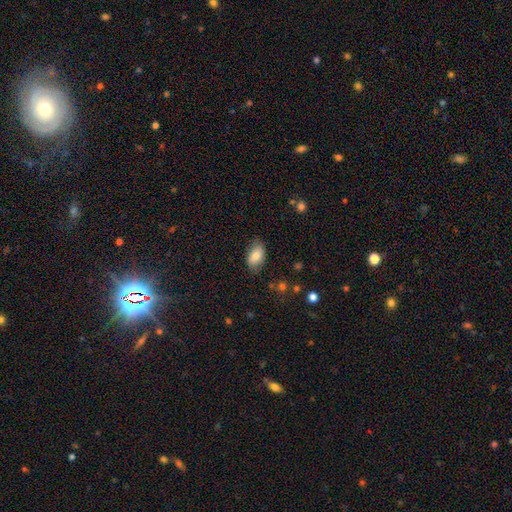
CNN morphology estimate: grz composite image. It shows a smooth galaxy with no disk features (80%) that is in between round and cigar-shaped (91%). Merging: none (75%).